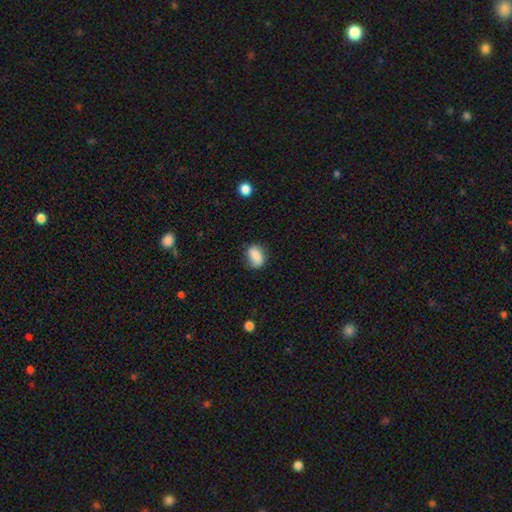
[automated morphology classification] type=smooth (81%); roundness=in between (75%); merging=none (65%).